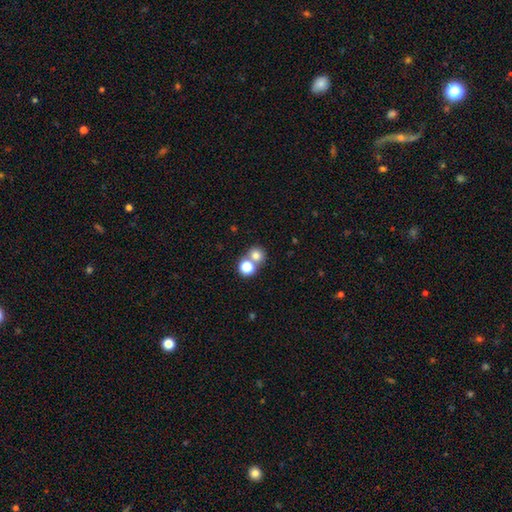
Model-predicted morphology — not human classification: A smooth galaxy with no disk features (75%) that is round (85%). Merging: none (52%).